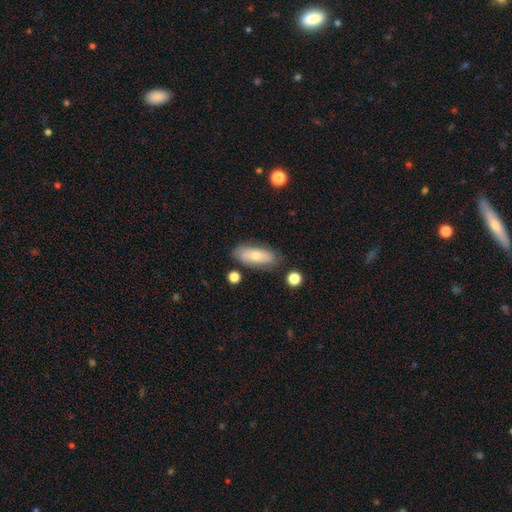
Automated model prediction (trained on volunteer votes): This appears to be a smooth galaxy with no disk features (66%) that is in between round and cigar-shaped (77%). Merging: none (75%).